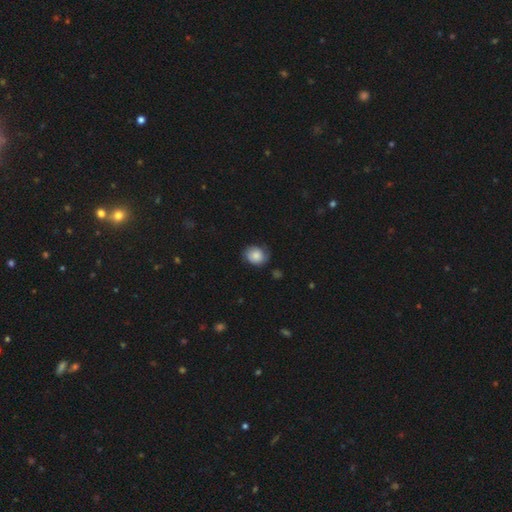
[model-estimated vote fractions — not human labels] This is likely a smooth galaxy (75%). How rounded: possibly round (58%). Merging: likely none (65%).